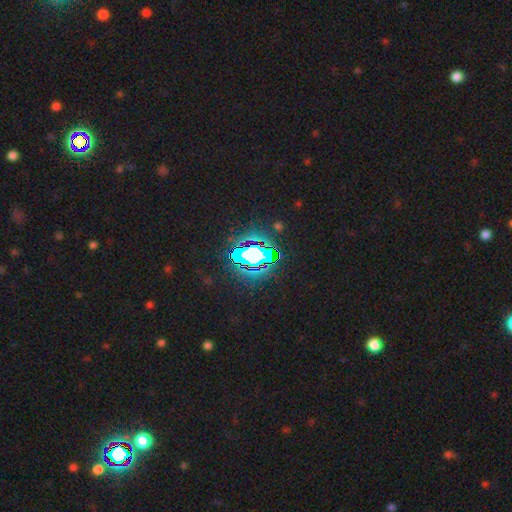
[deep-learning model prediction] Smooth or featured?
  - star or artifact: 73% *
  - smooth: 15%
  - featured or disk: 12%